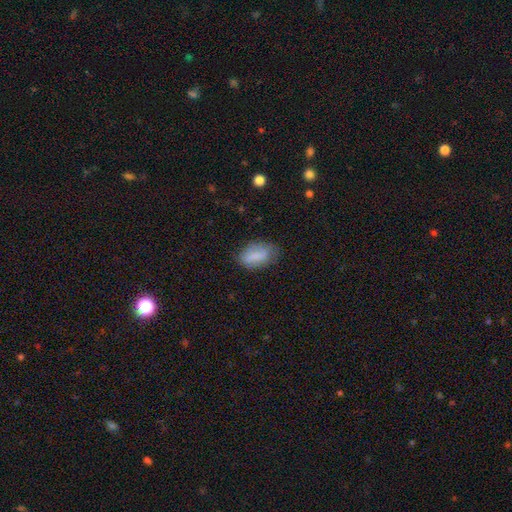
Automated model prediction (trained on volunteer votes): This is likely a smooth galaxy (74%). How rounded: clearly in between (89%). Merging: likely none (68%).